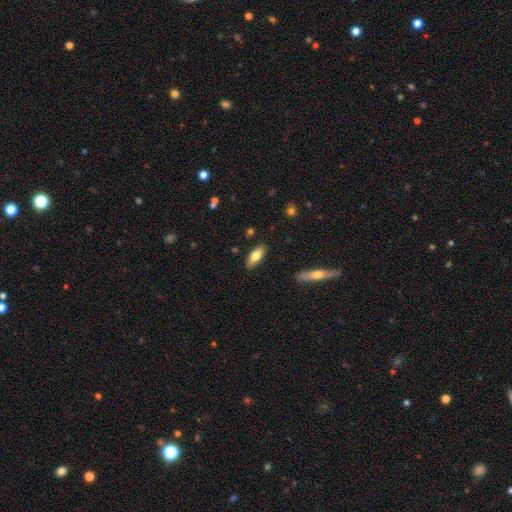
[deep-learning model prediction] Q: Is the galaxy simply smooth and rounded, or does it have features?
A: smooth — 75%.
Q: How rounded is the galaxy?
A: in between — 71%.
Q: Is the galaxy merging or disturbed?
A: none — 86%.